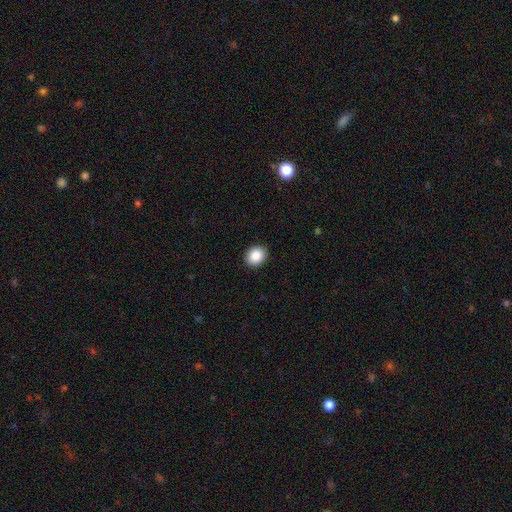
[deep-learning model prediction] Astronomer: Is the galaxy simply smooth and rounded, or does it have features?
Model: smooth — 88%.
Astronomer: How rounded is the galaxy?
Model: round — 60% (runner-up: in between, 39%).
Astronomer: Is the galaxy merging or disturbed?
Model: none — 91%.